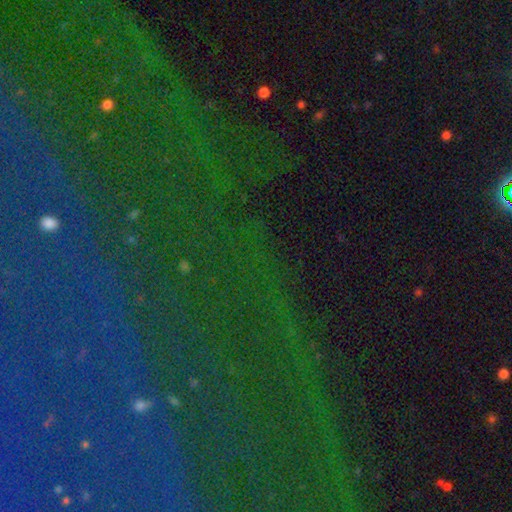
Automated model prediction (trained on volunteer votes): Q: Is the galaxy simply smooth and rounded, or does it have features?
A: star or artifact — 81%.